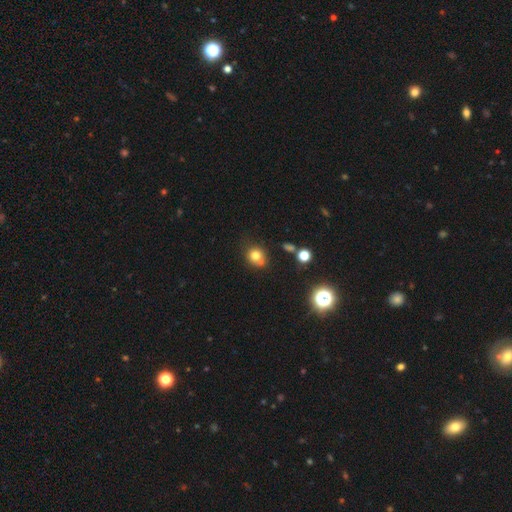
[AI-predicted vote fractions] smooth 77%, star or artifact 14%, featured or disk 9%. Down the decision tree: how rounded — round (79%); merging — none (59%).